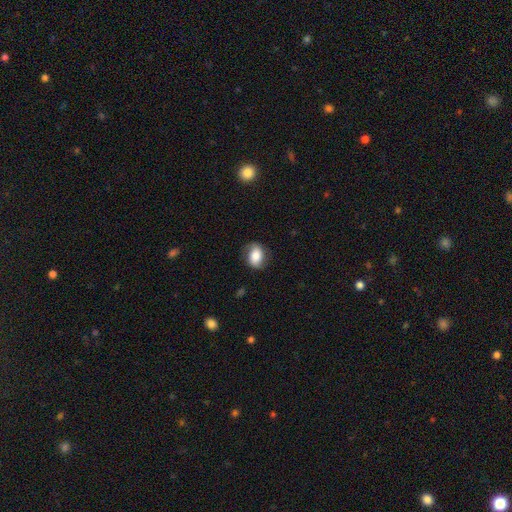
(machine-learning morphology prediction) Smooth or featured? smooth (71%)
How rounded? in between (70%)
Merging? none (77%)